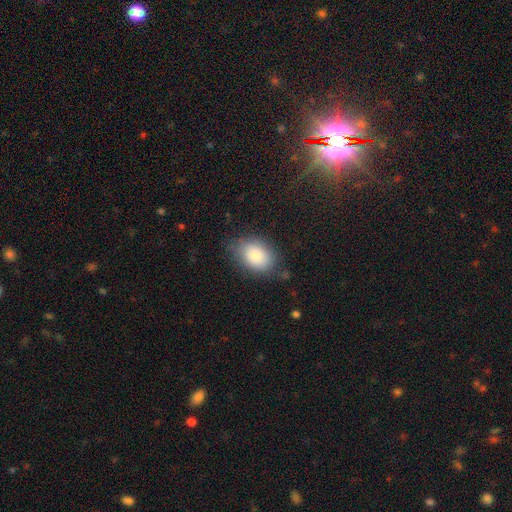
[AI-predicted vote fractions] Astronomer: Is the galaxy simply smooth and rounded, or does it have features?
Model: smooth — 85%.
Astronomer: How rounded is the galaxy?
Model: in between — 82%.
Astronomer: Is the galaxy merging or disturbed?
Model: none — 73%.